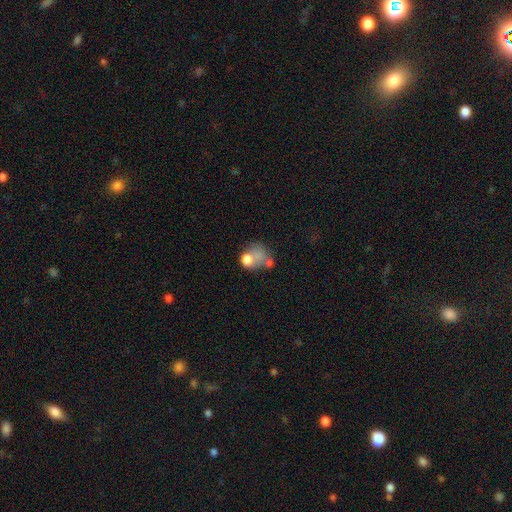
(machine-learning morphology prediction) A smooth galaxy with no disk features (61%) that is round (59%). Merging: merger (38%).